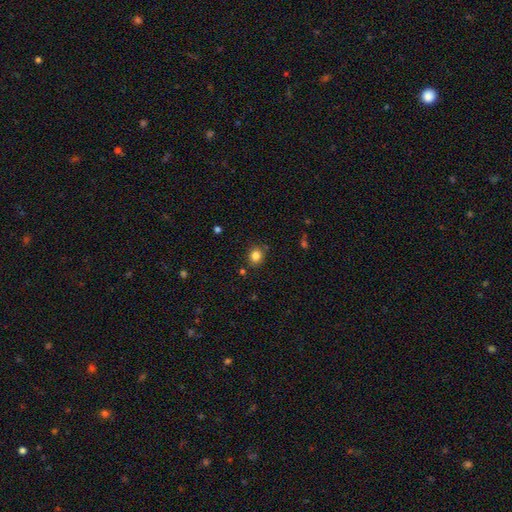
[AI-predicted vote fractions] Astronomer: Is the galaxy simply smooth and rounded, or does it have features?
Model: smooth — 83%.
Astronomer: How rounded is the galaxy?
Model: round — 73%.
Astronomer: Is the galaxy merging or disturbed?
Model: none — 84%.